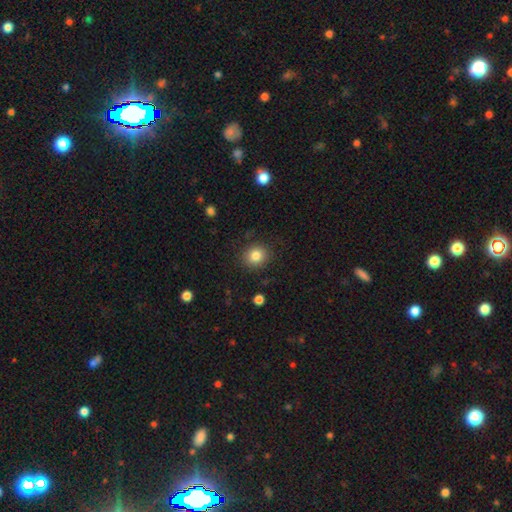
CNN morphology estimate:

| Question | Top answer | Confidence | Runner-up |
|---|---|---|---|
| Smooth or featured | smooth | 83% | star or artifact (10%) |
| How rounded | round | 82% | in between (17%) |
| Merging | none | 89% | minor disturbance (8%) |